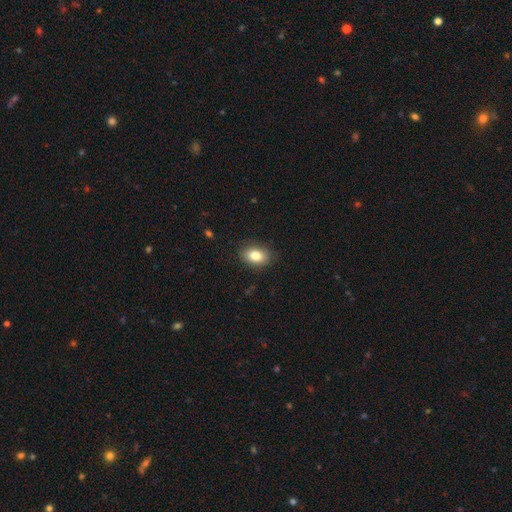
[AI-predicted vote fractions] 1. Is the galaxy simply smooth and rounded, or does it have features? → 83% smooth, 9% featured or disk, 8% star or artifact.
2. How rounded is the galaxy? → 83% in between, 16% round, 1% cigar-shaped.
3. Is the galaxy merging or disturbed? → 86% none, 10% minor disturbance, 3% major disturbance, 1% merger.